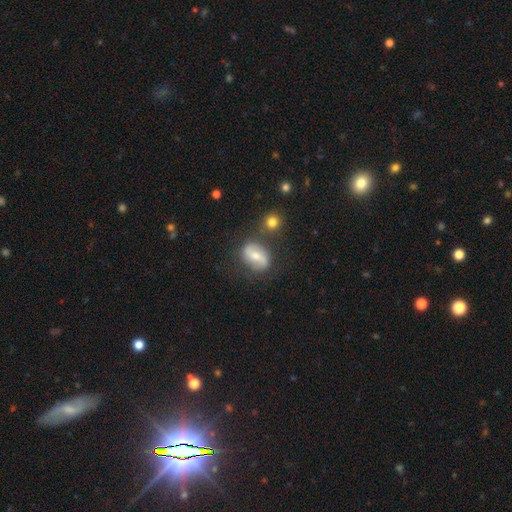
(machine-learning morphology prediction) Smooth or featured? Predicted: featured or disk (p=0.52). Edge-on disk? Predicted: no (p=0.93). Merging? Predicted: none (p=0.70).